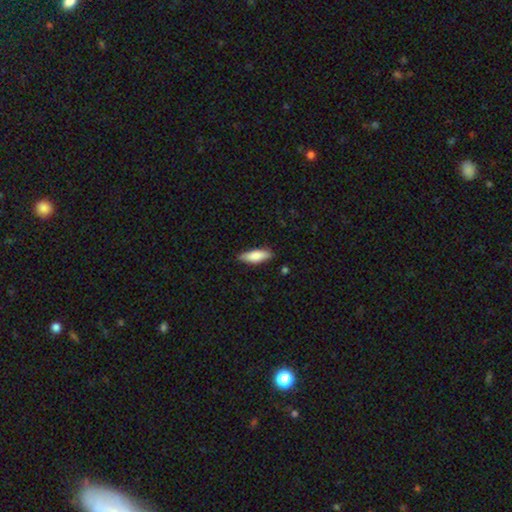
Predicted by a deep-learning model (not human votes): Overall: smooth (82%). How rounded: in between (64%; cigar-shaped 35%). Merging: none (83%).